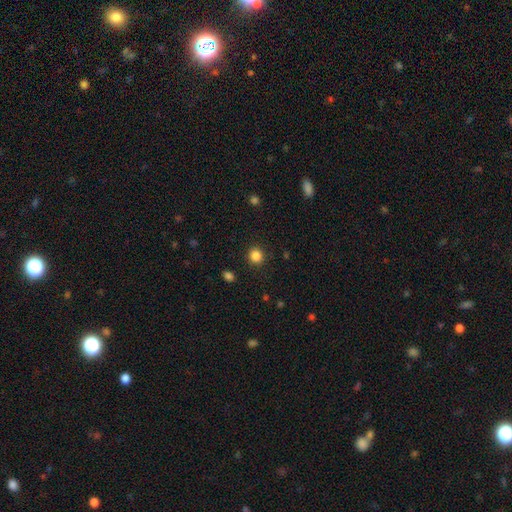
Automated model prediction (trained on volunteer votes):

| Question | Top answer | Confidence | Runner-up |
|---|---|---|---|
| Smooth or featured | smooth | 85% | star or artifact (11%) |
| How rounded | round | 89% | in between (10%) |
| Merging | none | 90% | minor disturbance (6%) |